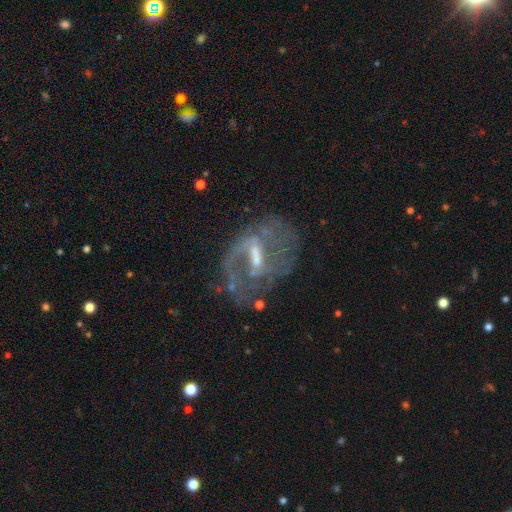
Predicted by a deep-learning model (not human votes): featured or disk 81%, smooth 10%, star or artifact 9%. Down the decision tree: edge-on disk — no (96%); bar — weak (51%); spiral arms — yes (77%); spiral arm count — 2 (50%); spiral winding — medium (41%); bulge size — moderate (42%); merging — none (48%).